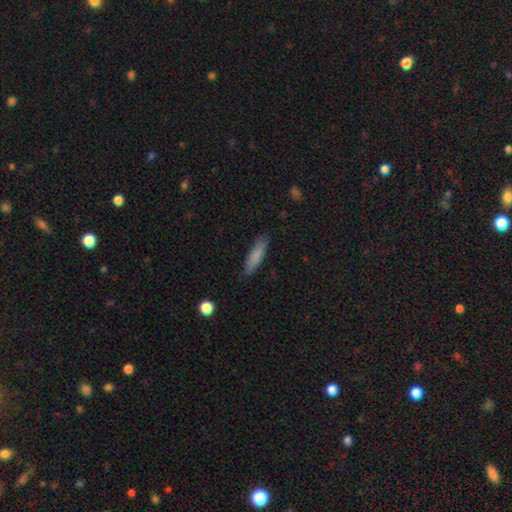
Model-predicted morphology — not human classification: This is clearly a smooth galaxy (81%). How rounded: likely cigar-shaped (72%). Merging: clearly none (84%).